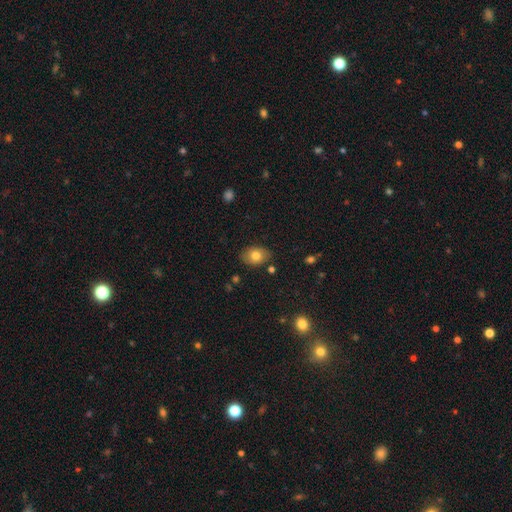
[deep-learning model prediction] Q: Smooth or featured?
A: smooth (78%); runner-up: featured or disk (13%)
Q: How rounded?
A: in between (73%); runner-up: round (26%)
Q: Merging?
A: none (83%); runner-up: minor disturbance (12%)